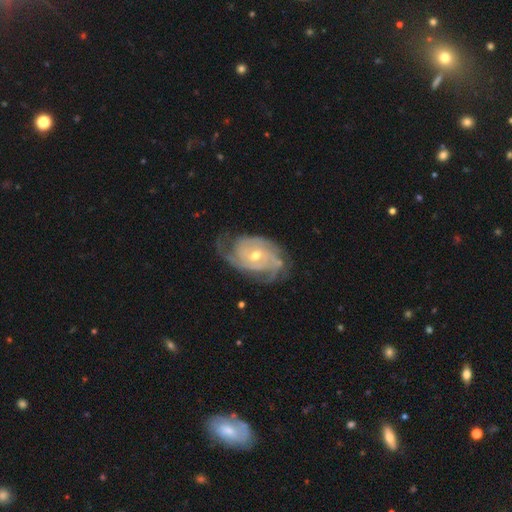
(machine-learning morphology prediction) type=featured or disk (89%); edge-on=no (96%); bar=no (64%); spiral arms=yes (97%); winding=tight (65%); arm count=3 (28%); bulge=moderate (51%); merging=none (69%).